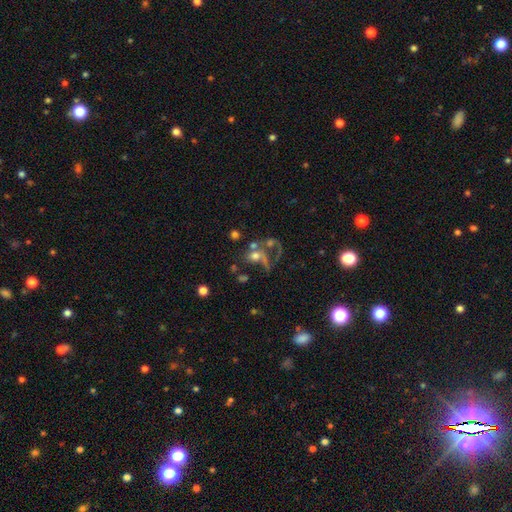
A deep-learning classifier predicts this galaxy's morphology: smooth-or-featured: smooth: 42% | featured or disk: 41% | star or artifact: 17%
  merging: merger: 40% | major disturbance: 28% | none: 22% | minor disturbance: 10%